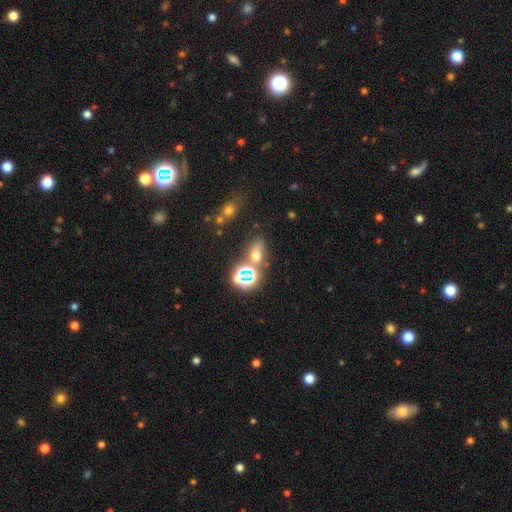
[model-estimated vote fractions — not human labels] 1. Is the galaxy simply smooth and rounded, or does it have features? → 52% smooth, 36% star or artifact, 12% featured or disk.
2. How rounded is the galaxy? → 68% in between, 28% round, 4% cigar-shaped.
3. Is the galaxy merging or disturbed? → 61% none, 19% merger, 13% minor disturbance, 7% major disturbance.